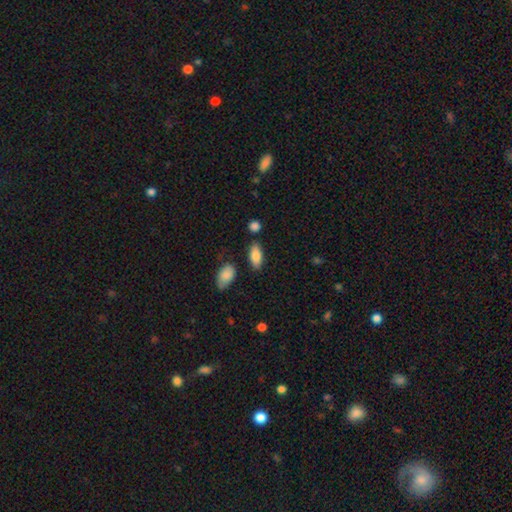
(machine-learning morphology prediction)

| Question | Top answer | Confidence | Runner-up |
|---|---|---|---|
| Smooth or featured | smooth | 82% | featured or disk (11%) |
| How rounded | in between | 86% | cigar-shaped (11%) |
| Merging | none | 80% | minor disturbance (12%) |